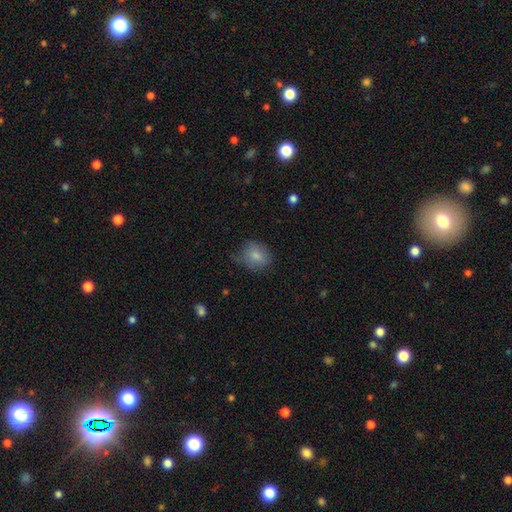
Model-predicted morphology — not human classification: Overall: smooth (81%). How rounded: round (55%; in between 43%). Merging: none (60%; minor disturbance 30%).